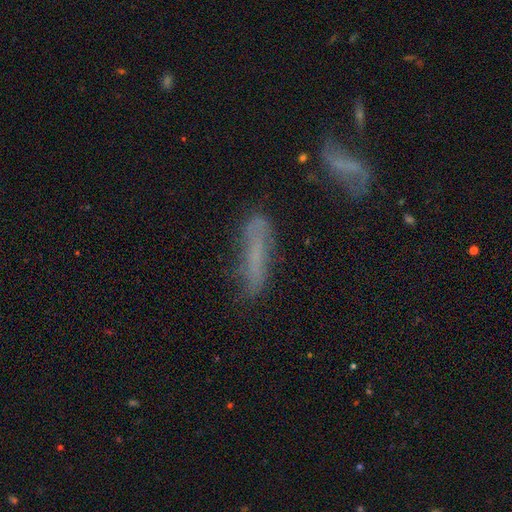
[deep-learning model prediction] A smooth galaxy with no disk features (50%) that is cigar-shaped (78%). Merging: none (59%).